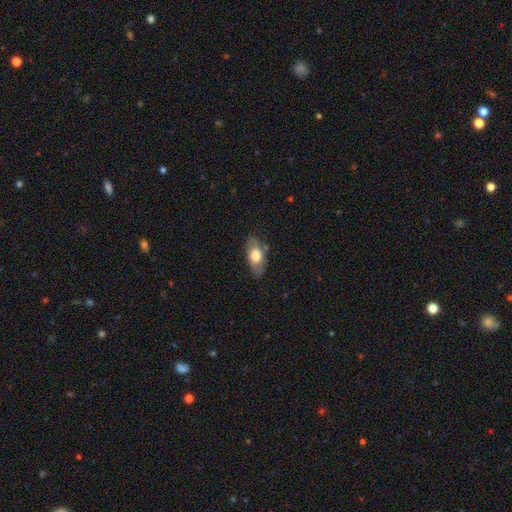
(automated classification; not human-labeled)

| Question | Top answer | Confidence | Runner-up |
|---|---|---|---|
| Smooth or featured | smooth | 66% | featured or disk (28%) |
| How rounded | in between | 87% | cigar-shaped (7%) |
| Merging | none | 75% | minor disturbance (19%) |